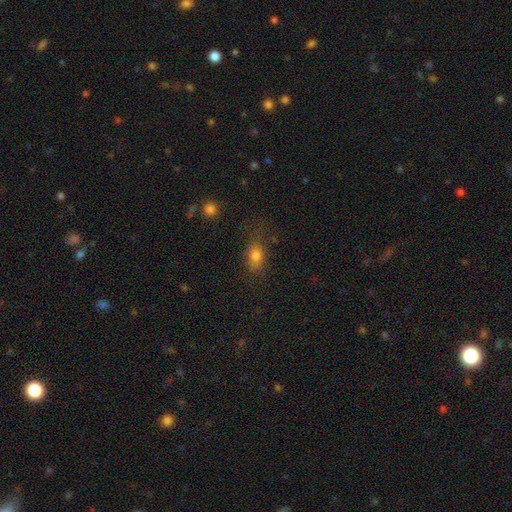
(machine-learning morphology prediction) A smooth galaxy with no disk features (75%) that is in between round and cigar-shaped (70%).

Vote fractions:
- Smooth or featured? smooth: 75% / star or artifact: 15% / featured or disk: 10%
- How rounded? in between: 70% / round: 24% / cigar-shaped: 6%
- Merging? none: 67% / minor disturbance: 21% / major disturbance: 10% / merger: 2%